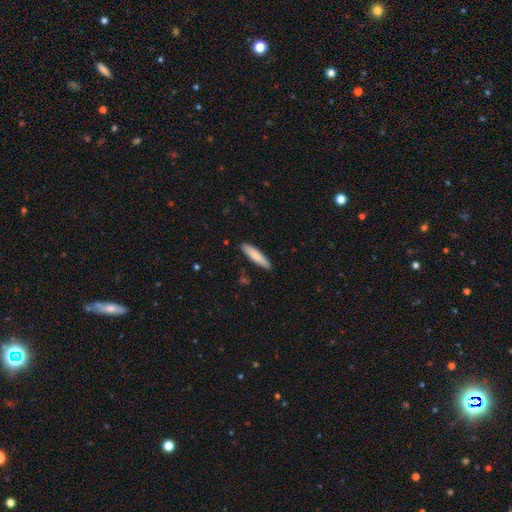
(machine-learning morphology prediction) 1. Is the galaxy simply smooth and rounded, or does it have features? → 78% smooth, 17% featured or disk, 5% star or artifact.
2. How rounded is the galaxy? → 82% cigar-shaped, 17% in between, 1% round.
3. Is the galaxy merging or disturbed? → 89% none, 8% minor disturbance, 2% major disturbance, 1% merger.